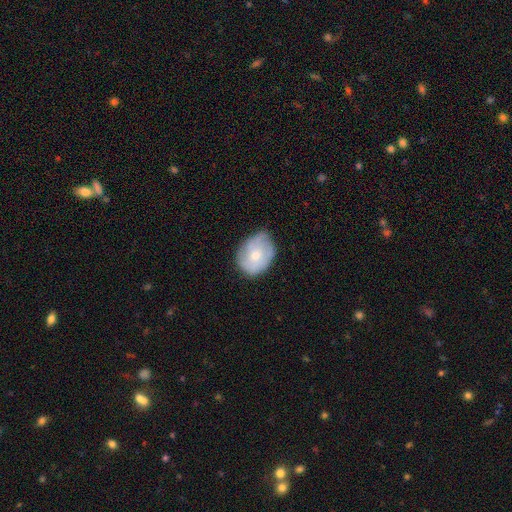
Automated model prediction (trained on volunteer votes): smooth_or_featured: smooth (p=0.50) [alt: featured or disk p=0.43]
how_rounded: in between (p=0.51) [alt: round p=0.48]
merging: none (p=0.59) [alt: minor disturbance p=0.32]